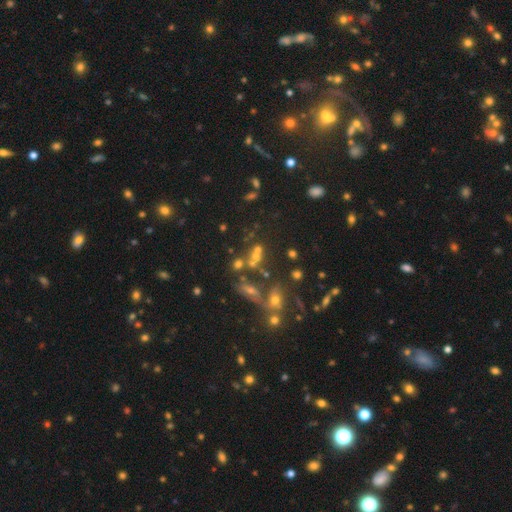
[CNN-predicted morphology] Smooth or featured? star or artifact (53%)